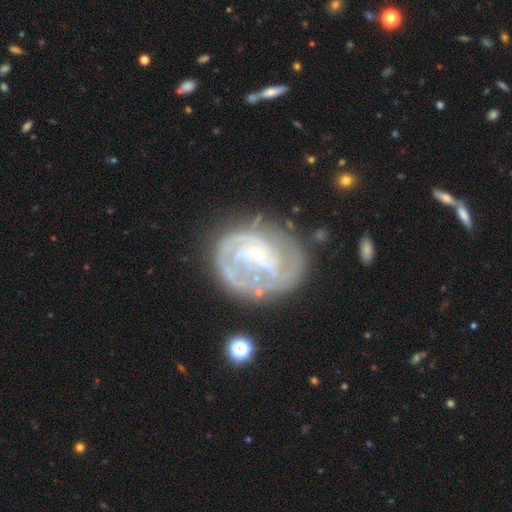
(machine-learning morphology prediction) Smooth or featured? featured or disk (82%)
Edge-on disk? no (98%)
Bar? no (54%)
Spiral arms? yes (87%)
Spiral winding? tight (54%)
Spiral arm count? can't tell (34%)
Bulge size? small (80%)
Merging? none (61%)